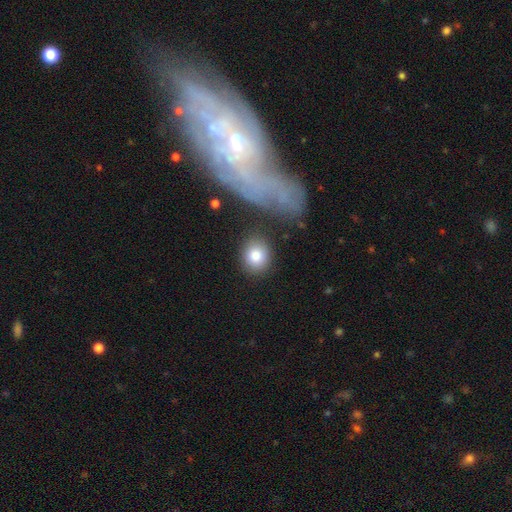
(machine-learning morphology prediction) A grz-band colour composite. It shows a smooth galaxy with no disk features (83%) that is round (66%). Merging: none (81%).